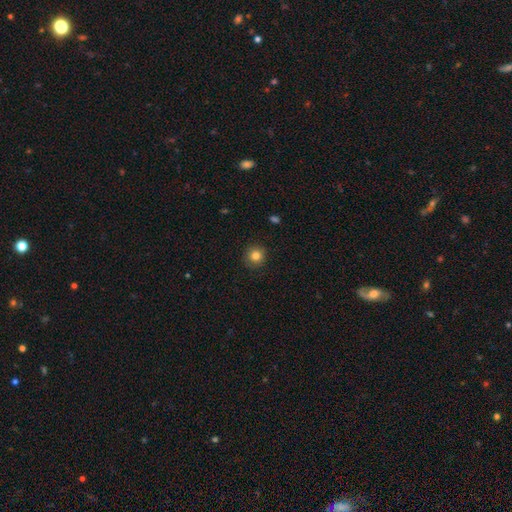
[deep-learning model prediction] smooth 82%, star or artifact 11%, featured or disk 6%. Down the decision tree: how rounded — round (93%); merging — none (89%).